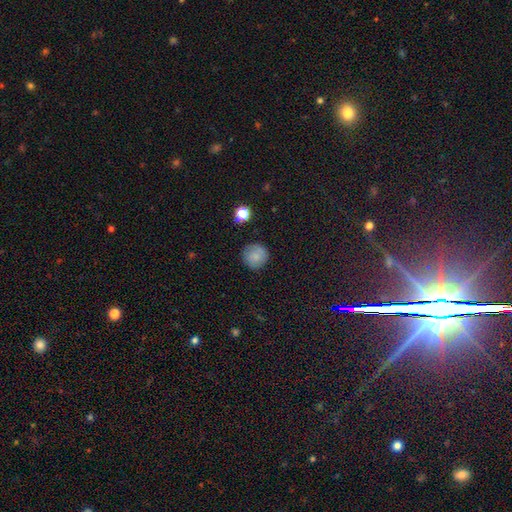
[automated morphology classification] Smooth or featured? Predicted: smooth (p=0.79). How rounded? Predicted: round (p=0.94). Merging? Predicted: none (p=0.84).